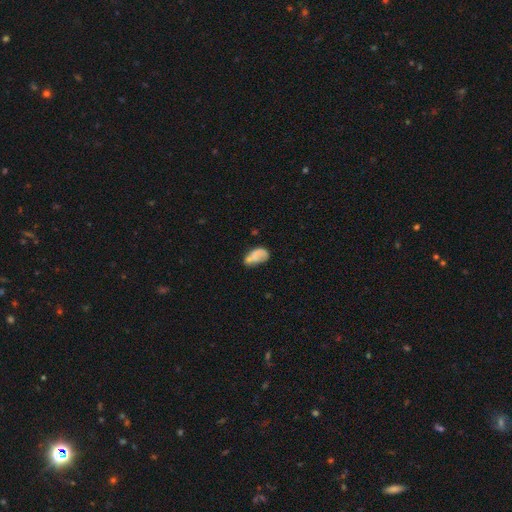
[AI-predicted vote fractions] Overall: smooth (66%). How rounded: in between (89%). Merging: none (35%; minor disturbance 30%).